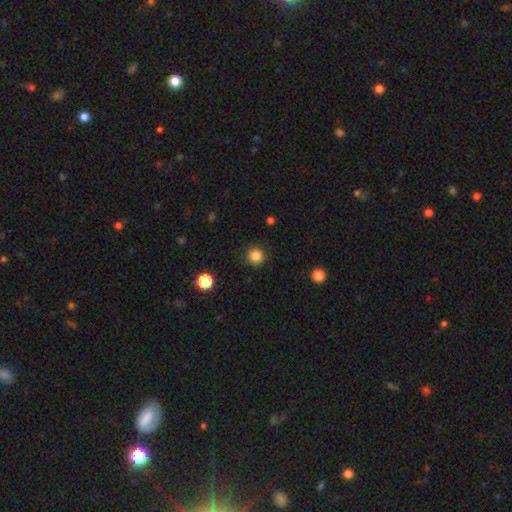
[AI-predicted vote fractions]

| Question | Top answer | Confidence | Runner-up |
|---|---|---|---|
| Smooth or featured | smooth | 84% | star or artifact (12%) |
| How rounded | round | 94% | in between (5%) |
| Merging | none | 91% | minor disturbance (6%) |